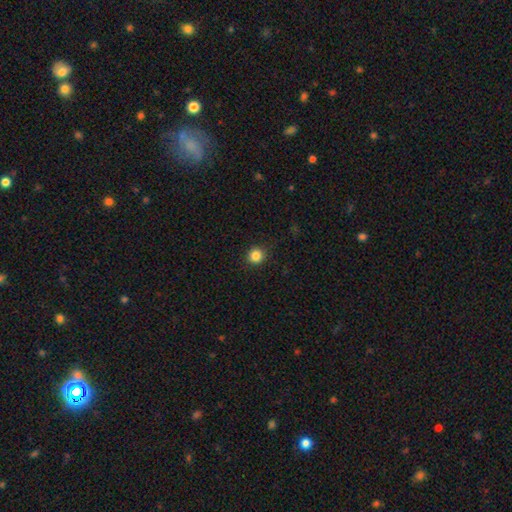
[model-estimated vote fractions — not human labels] Smooth or featured?
  - smooth: 85% *
  - star or artifact: 11%
  - featured or disk: 4%
How rounded?
  - round: 92% *
  - in between: 7%
  - cigar-shaped: 1%
Merging?
  - none: 91% *
  - minor disturbance: 6%
  - major disturbance: 2%
  - merger: 1%